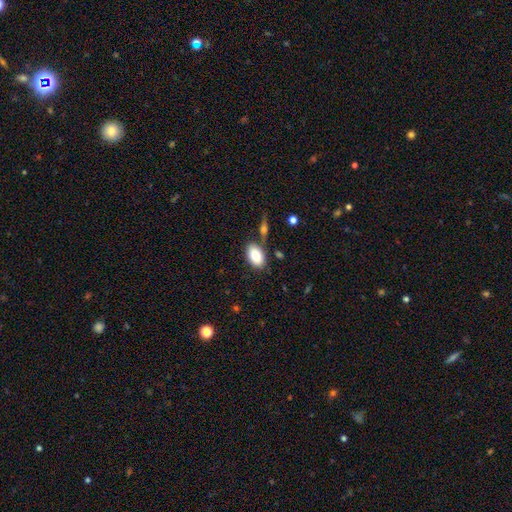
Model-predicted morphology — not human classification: Smooth or featured: smooth — 85% (featured or disk — 8%)
How rounded: in between — 93% (round — 6%)
Merging: none — 74% (minor disturbance — 14%)